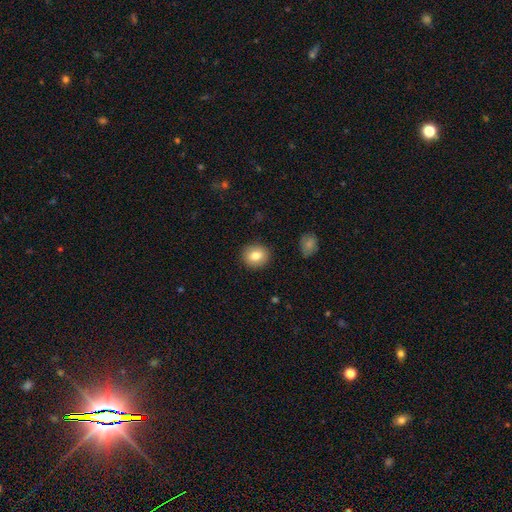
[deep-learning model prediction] Morphology: type=smooth (81%); roundness=round (79%); merging=none (90%).